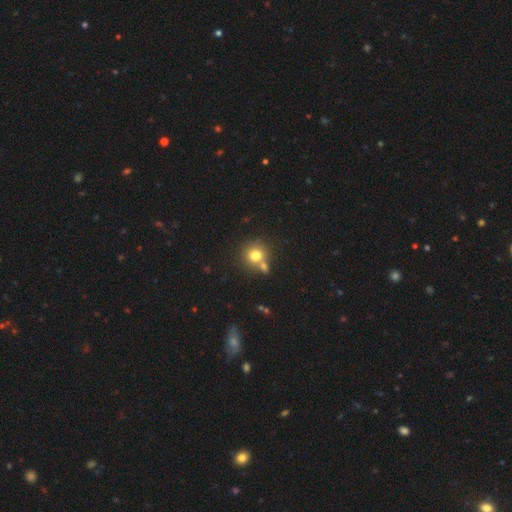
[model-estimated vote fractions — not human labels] Smooth or featured?
  - smooth: 77% *
  - star or artifact: 12%
  - featured or disk: 11%
How rounded?
  - round: 88% *
  - in between: 11%
  - cigar-shaped: 1%
Merging?
  - none: 59% *
  - merger: 28%
  - minor disturbance: 10%
  - major disturbance: 3%